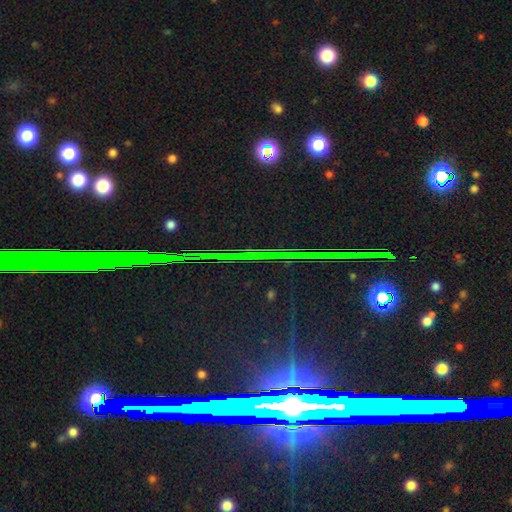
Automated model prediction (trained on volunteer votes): smooth_or_featured: star or artifact (p=0.77) [alt: featured or disk p=0.15]